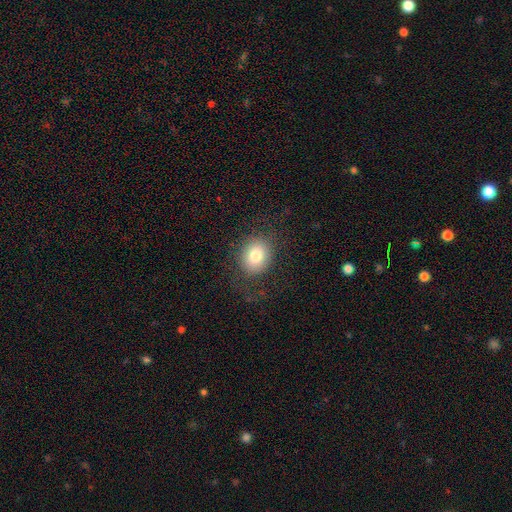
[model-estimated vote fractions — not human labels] smooth_or_featured: smooth (p=0.81) [alt: featured or disk p=0.10]
how_rounded: in between (p=0.50) [alt: round p=0.49]
merging: none (p=0.78) [alt: minor disturbance p=0.13]